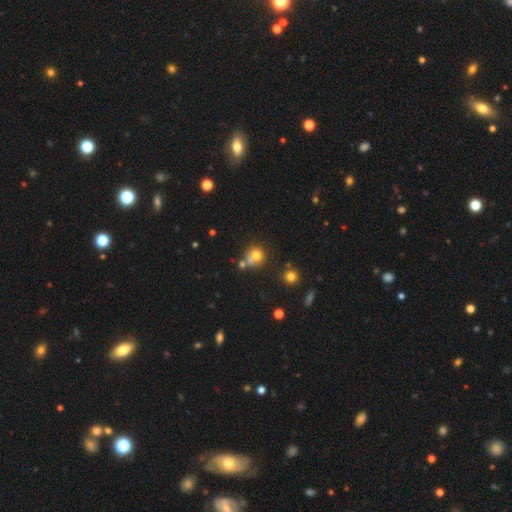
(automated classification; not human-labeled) smooth 71%, star or artifact 15%, featured or disk 14%. Down the decision tree: how rounded — round (83%); merging — none (49%).